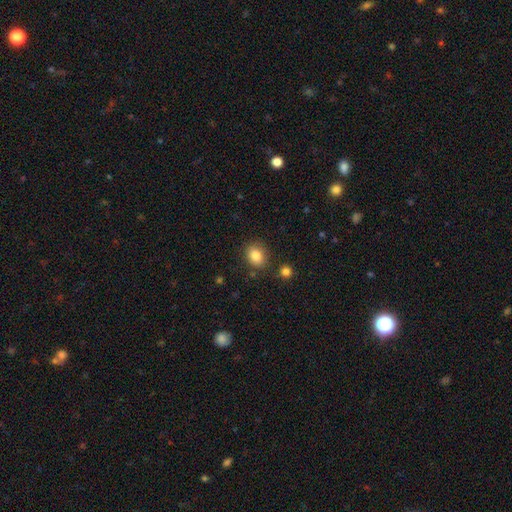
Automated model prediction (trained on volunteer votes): A smooth galaxy with no disk features (85%) that is in between round and cigar-shaped (52%).

Vote fractions:
- Smooth or featured? smooth: 85% / star or artifact: 9% / featured or disk: 6%
- How rounded? in between: 52% / round: 47% / cigar-shaped: 1%
- Merging? none: 81% / minor disturbance: 12% / merger: 4% / major disturbance: 3%